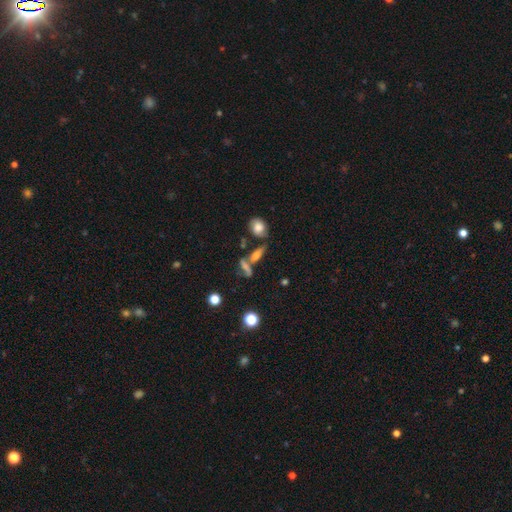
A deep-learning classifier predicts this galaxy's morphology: A smooth galaxy with no disk features (42%). Merging: none (53%).